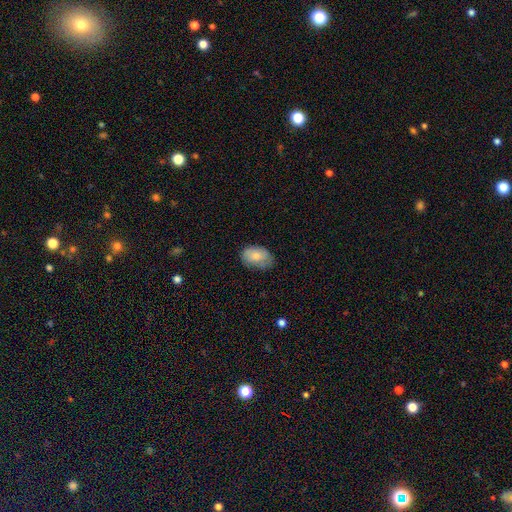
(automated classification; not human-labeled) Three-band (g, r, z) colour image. It shows a smooth galaxy with no disk features (80%) that is in between round and cigar-shaped (85%). Merging: none (65%).